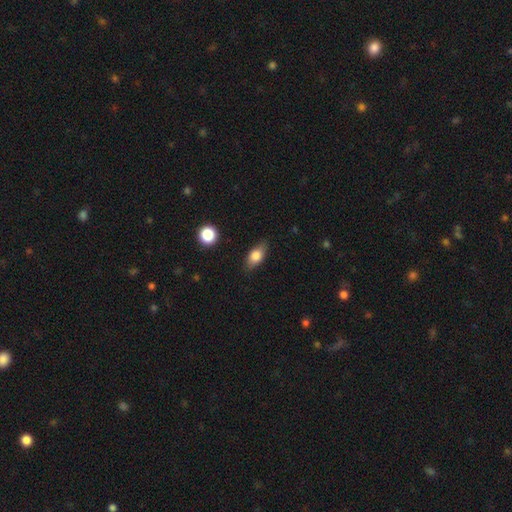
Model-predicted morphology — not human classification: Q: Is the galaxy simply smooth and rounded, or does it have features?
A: smooth — 75%.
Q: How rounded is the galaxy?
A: in between — 83%.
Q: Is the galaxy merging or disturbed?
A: none — 81%.